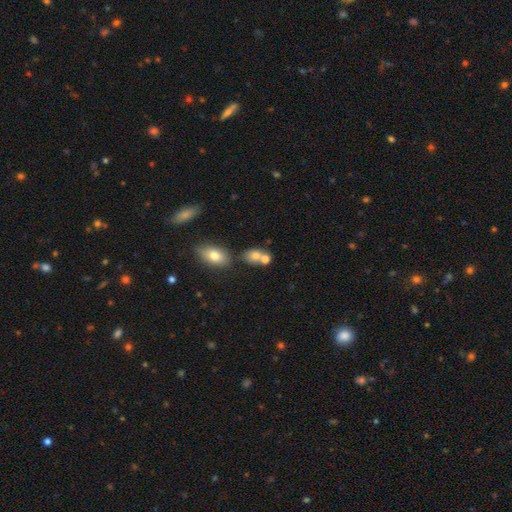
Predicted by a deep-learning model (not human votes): Smooth or featured: smooth — 75% (featured or disk — 14%)
How rounded: in between — 61% (round — 37%)
Merging: merger — 42% (tied with none — 42%)